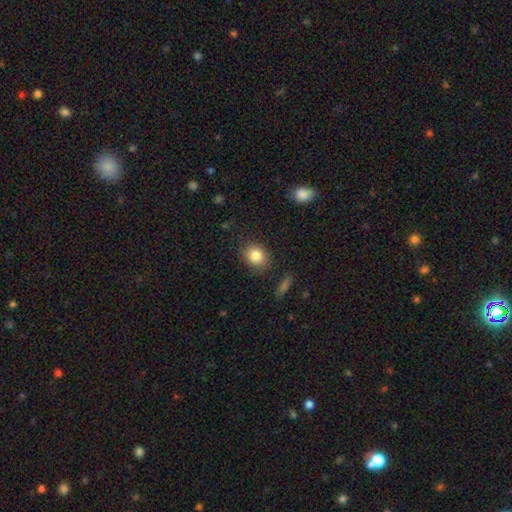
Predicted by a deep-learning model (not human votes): Morphology: type=smooth (84%); roundness=round (64%); merging=none (84%).